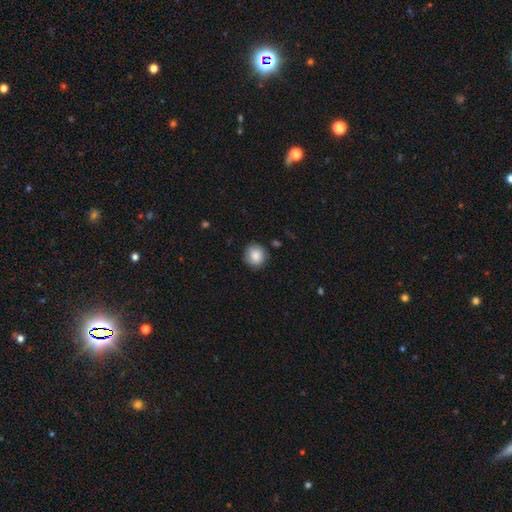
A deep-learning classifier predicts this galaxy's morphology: Smooth or featured? Predicted: smooth (p=0.86). How rounded? Predicted: round (p=0.85). Merging? Predicted: none (p=0.83).